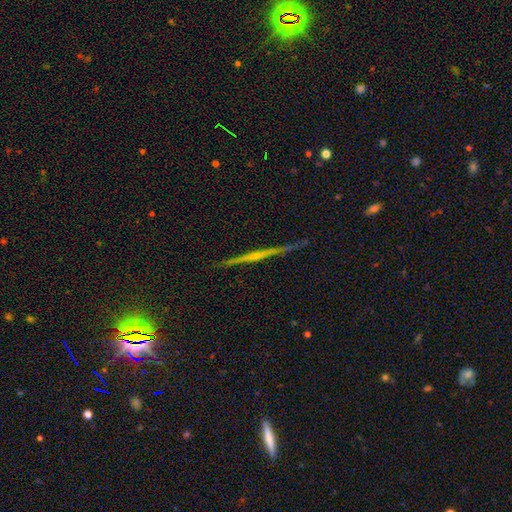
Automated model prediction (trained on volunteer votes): Smooth or featured? Predicted: featured or disk (p=0.74). Edge-on disk? Predicted: yes (p=0.98). Edge-on bulge? Predicted: rounded (p=0.46). Merging? Predicted: none (p=0.91).